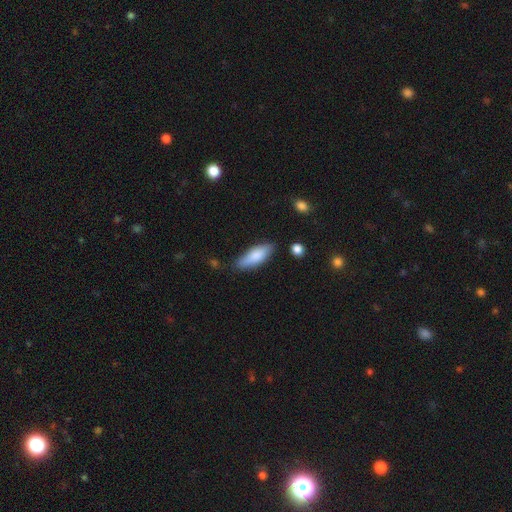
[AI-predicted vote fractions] Smooth or featured? smooth (81%)
How rounded? in between (63%)
Merging? none (76%)